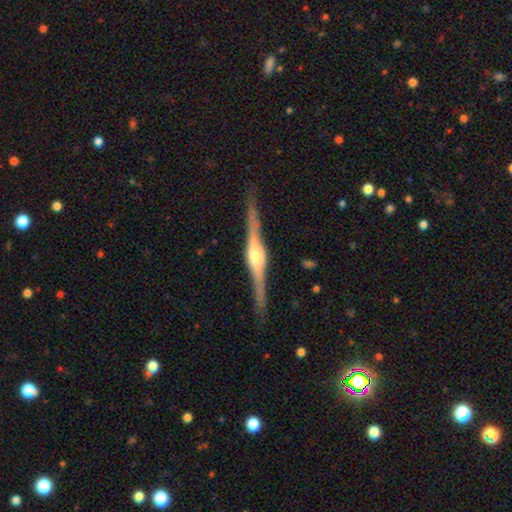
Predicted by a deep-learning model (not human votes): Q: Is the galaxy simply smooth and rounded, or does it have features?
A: featured or disk — 86%.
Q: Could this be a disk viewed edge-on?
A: yes — 98%.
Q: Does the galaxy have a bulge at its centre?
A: rounded — 84%.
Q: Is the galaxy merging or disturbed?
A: none — 89%.